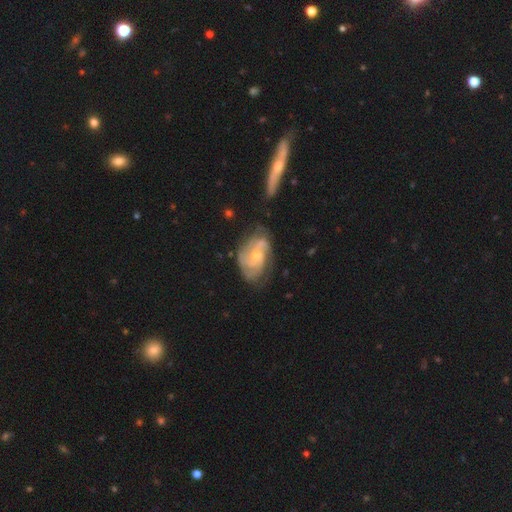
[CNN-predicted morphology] Q: Smooth or featured?
A: featured or disk (81%); runner-up: smooth (13%)
Q: Edge-on disk?
A: no (97%); runner-up: yes (3%)
Q: Bar?
A: no (63%); runner-up: weak (32%)
Q: Spiral arms?
A: yes (93%); runner-up: no (7%)
Q: Spiral winding?
A: tight (47%); runner-up: medium (41%)
Q: Spiral arm count?
A: 2 (37%); runner-up: can't tell (25%)
Q: Bulge size?
A: small (54%); runner-up: moderate (39%)
Q: Merging?
A: none (59%); runner-up: minor disturbance (24%)